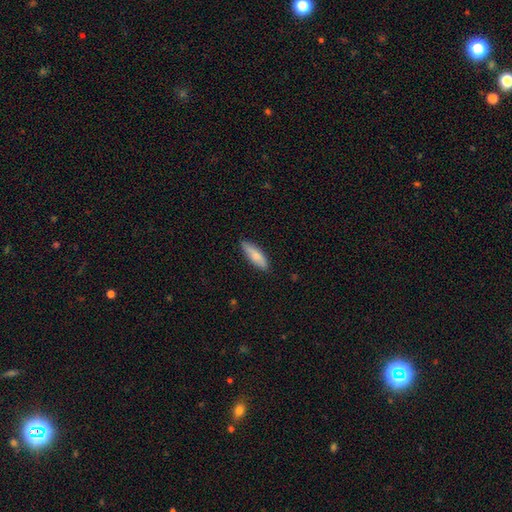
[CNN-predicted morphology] This is likely a smooth galaxy (78%). How rounded: possibly cigar-shaped (54%). Merging: clearly none (85%).